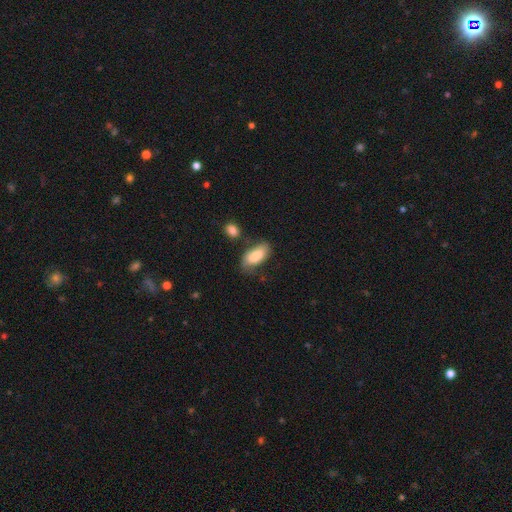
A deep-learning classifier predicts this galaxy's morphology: Smooth or featured? Predicted: smooth (p=0.81). How rounded? Predicted: in between (p=0.91). Merging? Predicted: none (p=0.59).